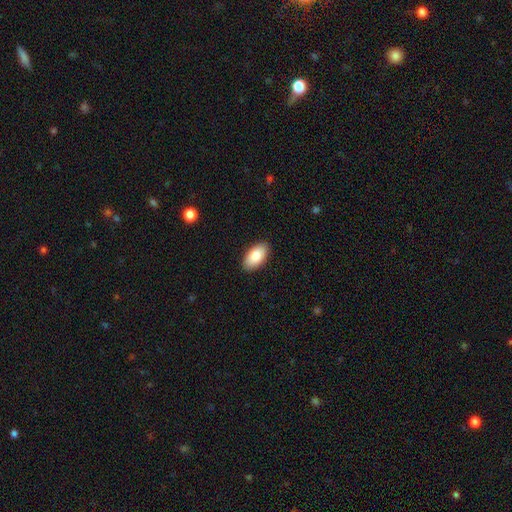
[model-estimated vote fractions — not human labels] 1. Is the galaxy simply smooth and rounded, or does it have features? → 85% smooth, 9% featured or disk, 6% star or artifact.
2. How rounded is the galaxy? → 95% in between, 3% round, 2% cigar-shaped.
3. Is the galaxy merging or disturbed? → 89% none, 8% minor disturbance, 2% major disturbance, 1% merger.